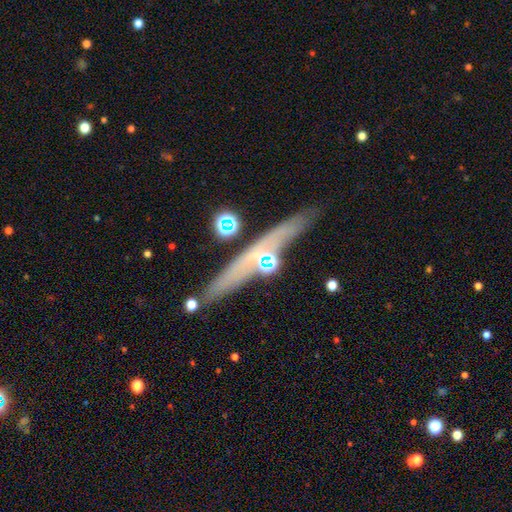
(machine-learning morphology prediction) featured or disk 64%, smooth 26%, star or artifact 10%. Down the decision tree: edge-on disk — yes (89%); edge-on bulge — rounded (59%); merging — none (78%).